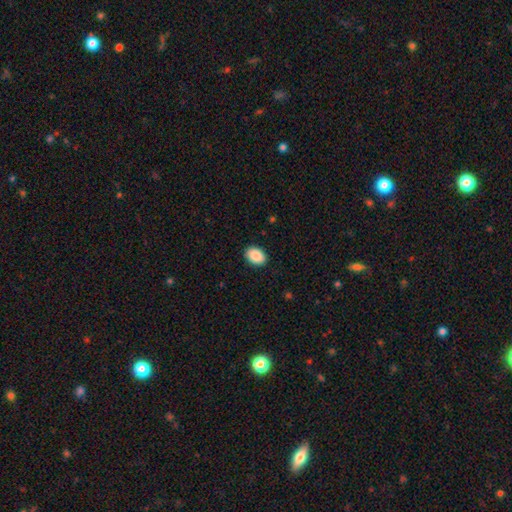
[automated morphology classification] This appears to be a smooth galaxy with no disk features (90%) that is in between round and cigar-shaped (80%). Merging: none (90%).